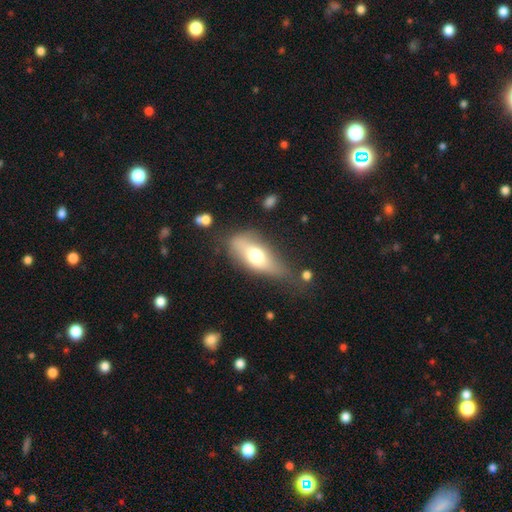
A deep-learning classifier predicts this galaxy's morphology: Smooth or featured: smooth — 60% (featured or disk — 33%)
How rounded: in between — 77% (cigar-shaped — 18%)
Merging: none — 52% (minor disturbance — 28%)